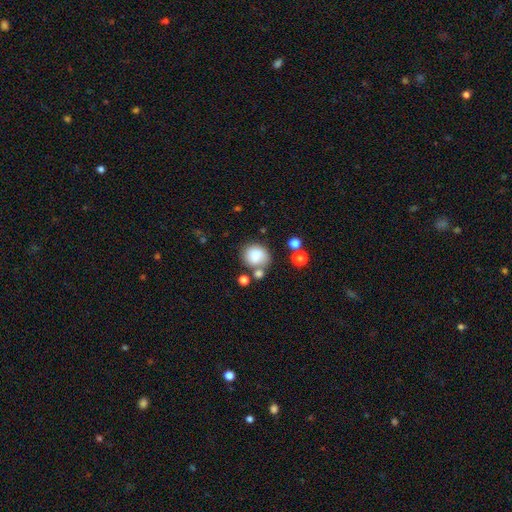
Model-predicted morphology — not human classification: Smooth or featured: smooth — 82% (star or artifact — 9%)
How rounded: round — 78% (in between — 21%)
Merging: none — 60% (merger — 17%)